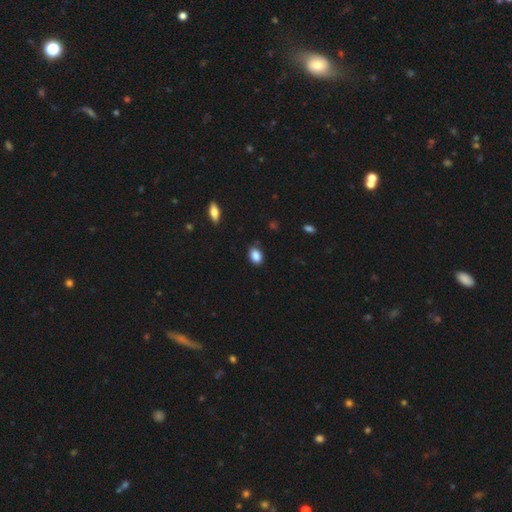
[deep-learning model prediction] Smooth or featured? Predicted: smooth (p=0.87). How rounded? Predicted: in between (p=0.73). Merging? Predicted: none (p=0.85).